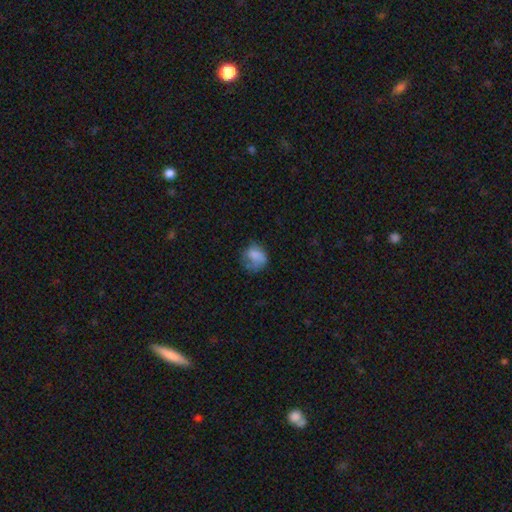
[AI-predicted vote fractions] Smooth or featured?
  - smooth: 72% *
  - featured or disk: 18%
  - star or artifact: 9%
How rounded?
  - round: 67% *
  - in between: 33%
  - cigar-shaped: 1%
Merging?
  - none: 44% *
  - minor disturbance: 29%
  - major disturbance: 25%
  - merger: 2%